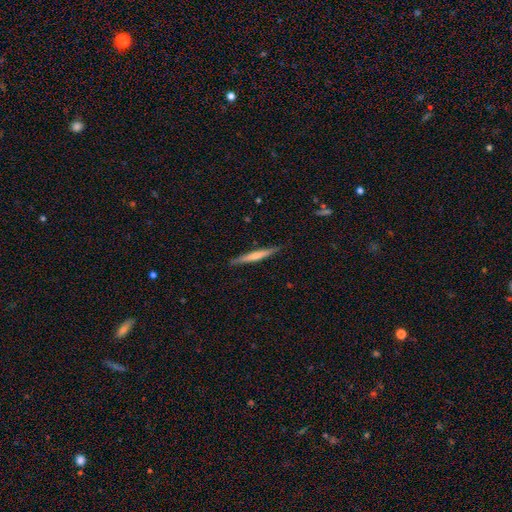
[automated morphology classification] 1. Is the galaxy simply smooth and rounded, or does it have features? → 51% smooth, 44% featured or disk, 5% star or artifact.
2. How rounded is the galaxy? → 95% cigar-shaped, 3% in between, 1% round.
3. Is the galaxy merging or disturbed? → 88% none, 9% minor disturbance, 2% major disturbance, 1% merger.